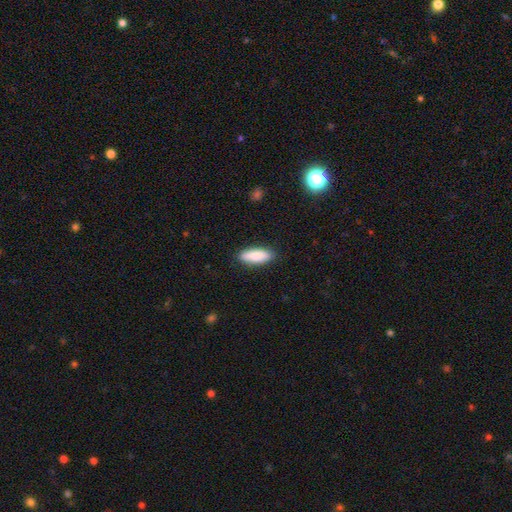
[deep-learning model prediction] Q: Smooth or featured?
A: smooth (84%); runner-up: featured or disk (10%)
Q: How rounded?
A: in between (71%); runner-up: cigar-shaped (27%)
Q: Merging?
A: none (87%); runner-up: minor disturbance (10%)